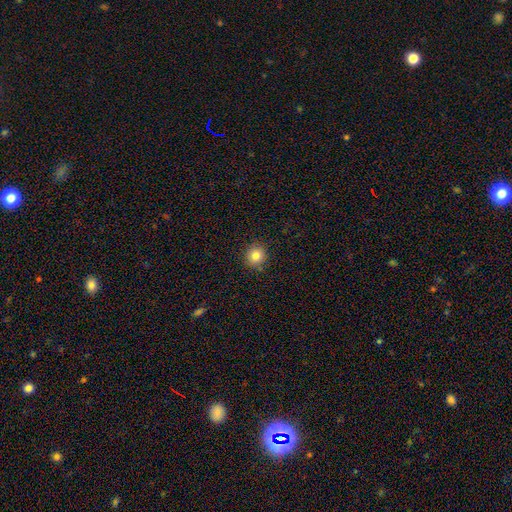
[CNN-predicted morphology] smooth 82%, star or artifact 11%, featured or disk 7%. Down the decision tree: how rounded — round (90%); merging — none (90%).